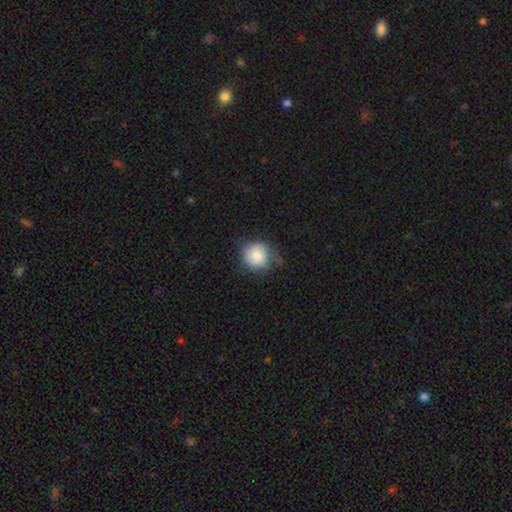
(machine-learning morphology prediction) Smooth or featured? smooth (77%)
How rounded? round (86%)
Merging? none (59%)